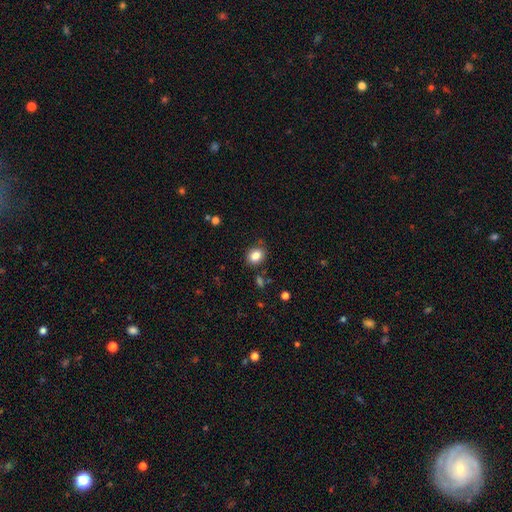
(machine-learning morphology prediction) Smooth or featured? Predicted: smooth (p=0.84). How rounded? Predicted: round (p=0.50). Merging? Predicted: none (p=0.83).